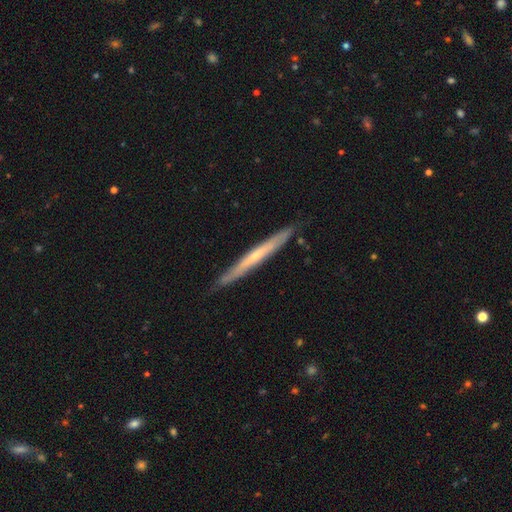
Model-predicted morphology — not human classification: Q: Smooth or featured?
A: featured or disk (62%); runner-up: smooth (33%)
Q: Edge-on disk?
A: yes (94%); runner-up: no (6%)
Q: Edge-on bulge?
A: none (57%); runner-up: rounded (40%)
Q: Merging?
A: none (86%); runner-up: minor disturbance (11%)